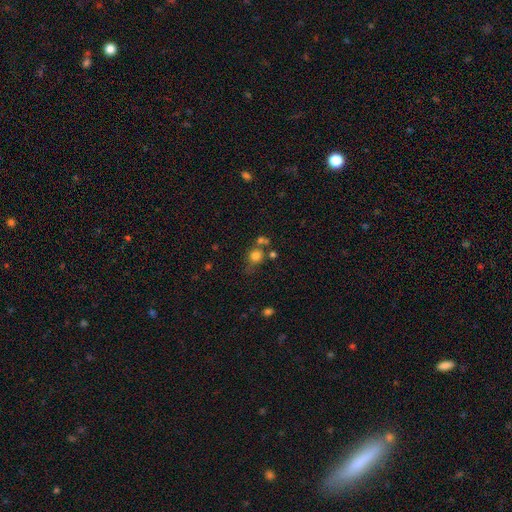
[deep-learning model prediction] smooth 77%, star or artifact 13%, featured or disk 9%. Down the decision tree: how rounded — round (82%); merging — none (53%).